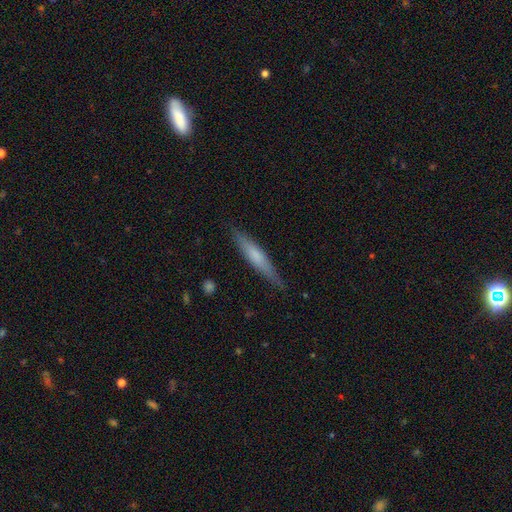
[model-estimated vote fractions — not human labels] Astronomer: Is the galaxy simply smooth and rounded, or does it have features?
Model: smooth — 57% (runner-up: featured or disk, 38%).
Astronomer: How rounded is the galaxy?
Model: cigar-shaped — 91%.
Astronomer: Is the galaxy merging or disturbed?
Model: none — 84%.